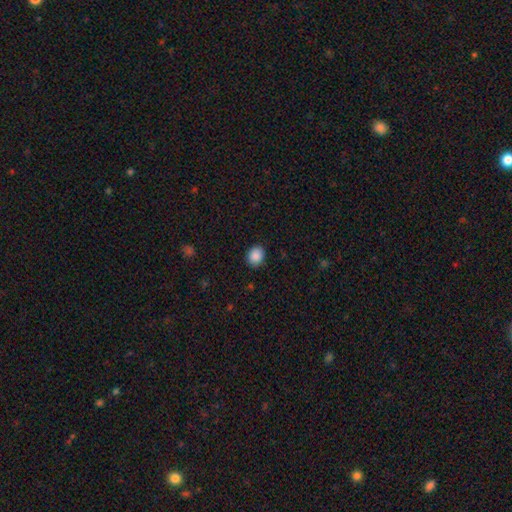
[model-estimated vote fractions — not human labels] smooth_or_featured: smooth (p=0.88) [alt: star or artifact p=0.08]
how_rounded: round (p=0.52) [alt: in between p=0.48]
merging: none (p=0.88) [alt: minor disturbance p=0.09]